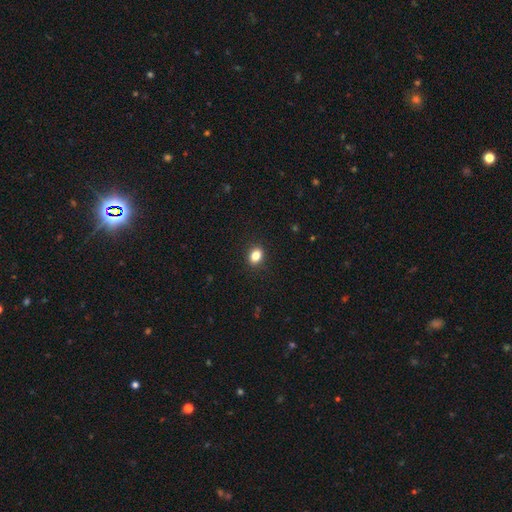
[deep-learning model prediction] smooth_or_featured: smooth (p=0.85) [alt: star or artifact p=0.10]
how_rounded: in between (p=0.67) [alt: round p=0.32]
merging: none (p=0.89) [alt: minor disturbance p=0.08]